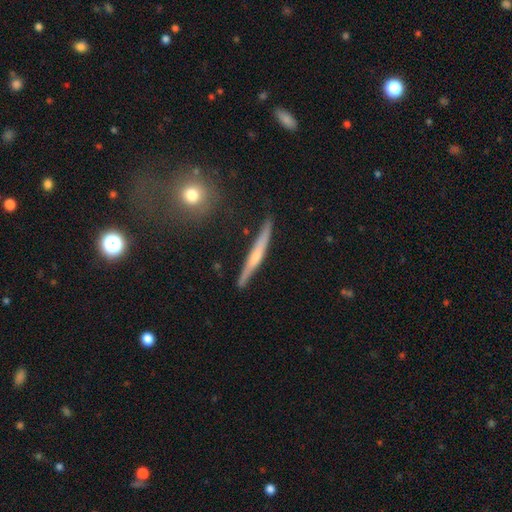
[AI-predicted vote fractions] featured or disk 60%, smooth 34%, star or artifact 6%. Down the decision tree: edge-on disk — yes (96%); edge-on bulge — rounded (52%); merging — none (86%).